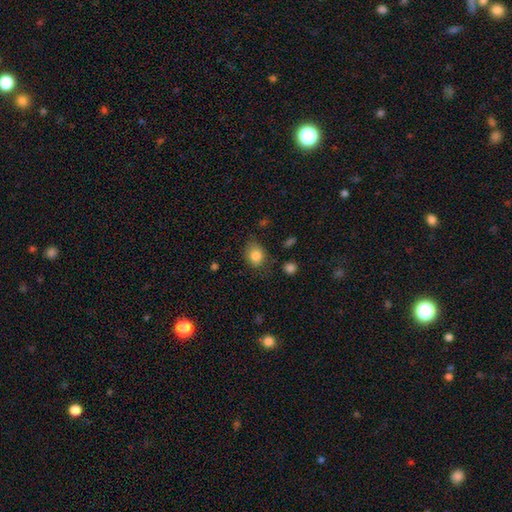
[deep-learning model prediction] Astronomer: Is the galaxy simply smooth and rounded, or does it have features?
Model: smooth — 83%.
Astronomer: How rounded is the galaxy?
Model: round — 58% (runner-up: in between, 41%).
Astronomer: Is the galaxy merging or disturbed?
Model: none — 70%.